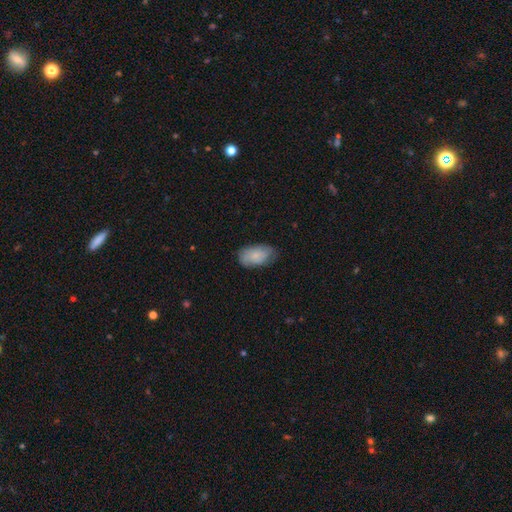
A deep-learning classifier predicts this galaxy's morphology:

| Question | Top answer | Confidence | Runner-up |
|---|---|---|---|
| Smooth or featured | smooth | 78% | featured or disk (16%) |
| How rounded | in between | 94% | round (4%) |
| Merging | none | 72% | minor disturbance (23%) |